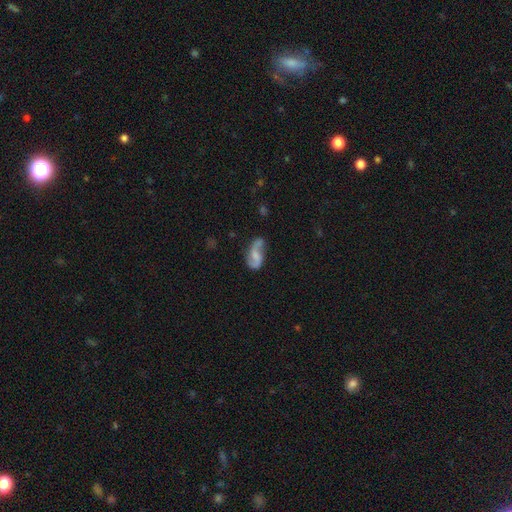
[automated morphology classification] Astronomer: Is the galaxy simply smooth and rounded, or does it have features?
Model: featured or disk — 67%.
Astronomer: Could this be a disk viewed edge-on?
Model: no — 96%.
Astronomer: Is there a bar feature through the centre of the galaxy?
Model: no — 43% (runner-up: weak, 42%).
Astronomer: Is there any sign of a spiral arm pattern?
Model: yes — 90%.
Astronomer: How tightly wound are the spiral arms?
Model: loose — 68%.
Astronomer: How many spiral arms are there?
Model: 2 — 88%.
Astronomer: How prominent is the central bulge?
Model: none — 40% (runner-up: small, 30%).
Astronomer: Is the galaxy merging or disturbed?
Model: none — 54%.